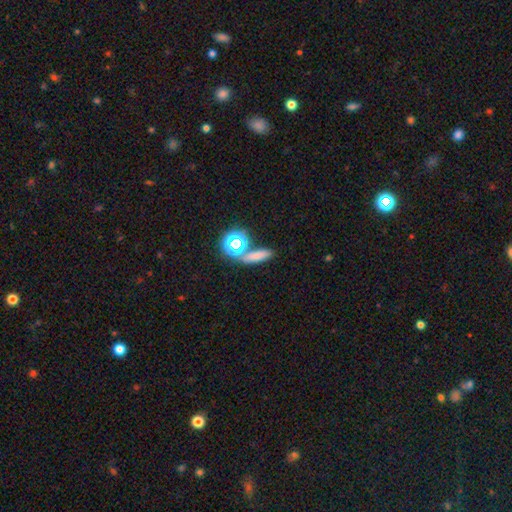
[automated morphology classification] Overall: smooth (68%). How rounded: cigar-shaped (47%; in between 33%). Merging: none (70%).